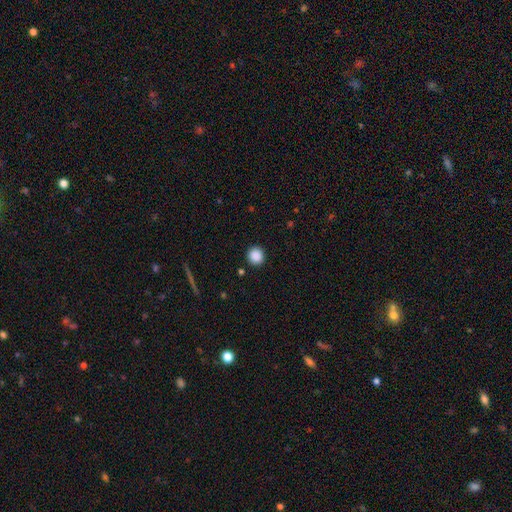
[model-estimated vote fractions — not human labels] Morphology: type=smooth (88%); roundness=round (91%); merging=none (90%).